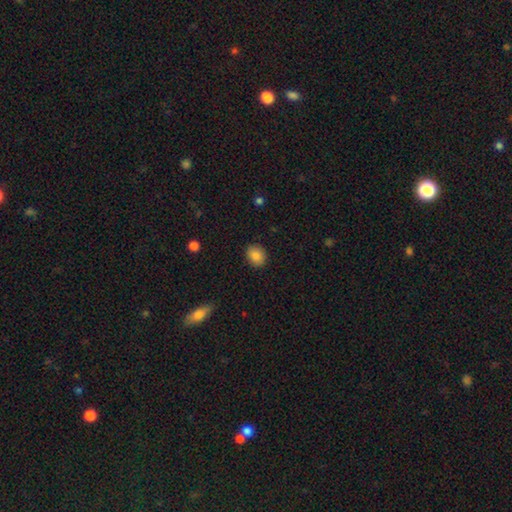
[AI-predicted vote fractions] smooth_or_featured: smooth (p=0.85) [alt: star or artifact p=0.09]
how_rounded: round (p=0.58) [alt: in between p=0.41]
merging: none (p=0.89) [alt: minor disturbance p=0.08]